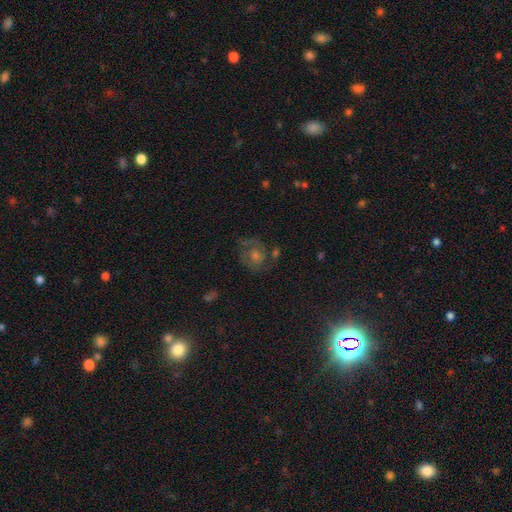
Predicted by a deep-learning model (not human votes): featured or disk 52%, star or artifact 26%, smooth 22%. Down the decision tree: edge-on disk — no (96%); bar — no (72%); spiral arms — yes (75%); bulge size — moderate (55%); merging — none (69%).